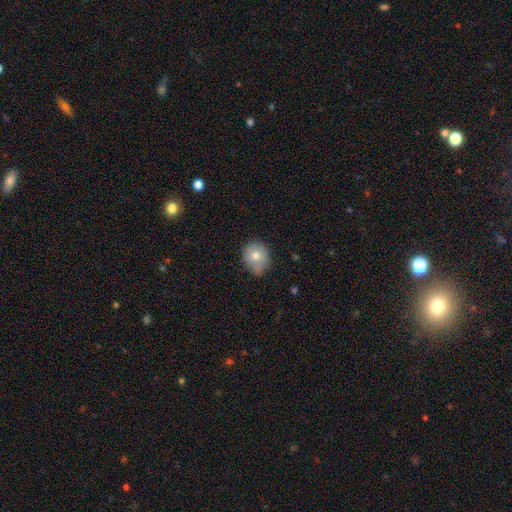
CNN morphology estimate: smooth 75%, featured or disk 16%, star or artifact 9%. Down the decision tree: how rounded — round (69%); merging — none (58%).